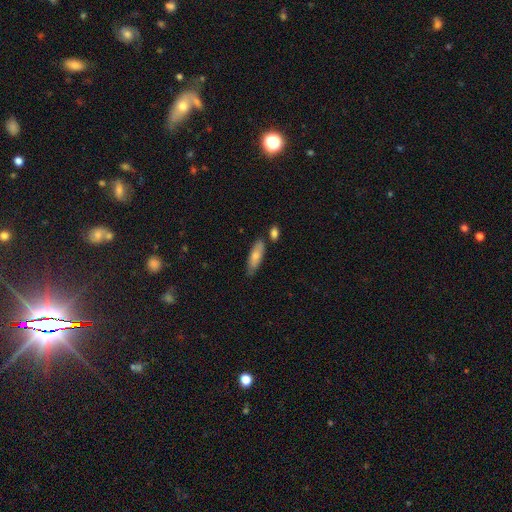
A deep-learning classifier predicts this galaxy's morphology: Smooth or featured: smooth — 74% (featured or disk — 20%)
How rounded: in between — 53% (cigar-shaped — 45%)
Merging: none — 71% (minor disturbance — 18%)